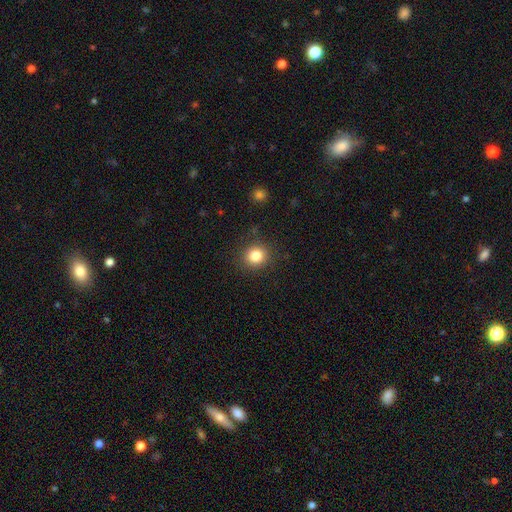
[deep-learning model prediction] This is clearly a smooth galaxy (83%). How rounded: clearly round (85%). Merging: clearly none (88%).